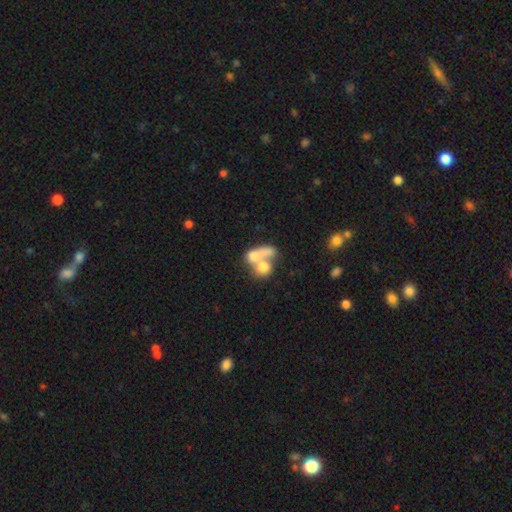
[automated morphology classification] smooth 63%, featured or disk 28%, star or artifact 9%. Down the decision tree: how rounded — in between (54%); merging — merger (69%).